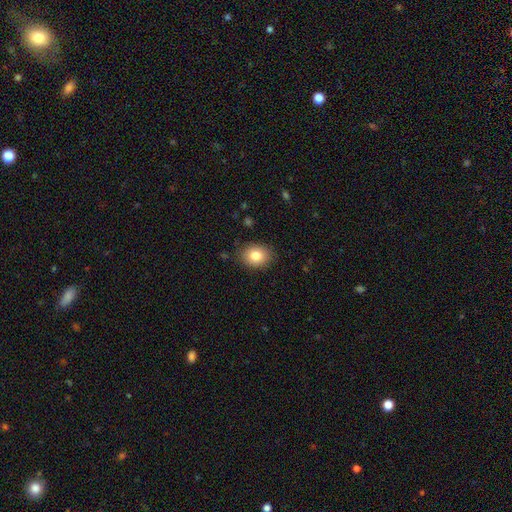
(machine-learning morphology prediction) A smooth galaxy with no disk features (82%) that is in between round and cigar-shaped (52%).

Vote fractions:
- Smooth or featured? smooth: 82% / star or artifact: 9% / featured or disk: 8%
- How rounded? in between: 52% / round: 47% / cigar-shaped: 1%
- Merging? none: 86% / minor disturbance: 11% / major disturbance: 3% / merger: 1%